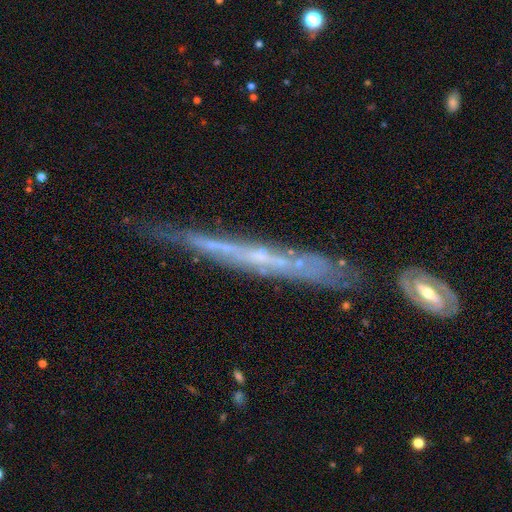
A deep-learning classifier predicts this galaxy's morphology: Overall: featured or disk (72%). Edge-on disk: yes (87%). Edge-on bulge: none (76%). Merging: none (67%).